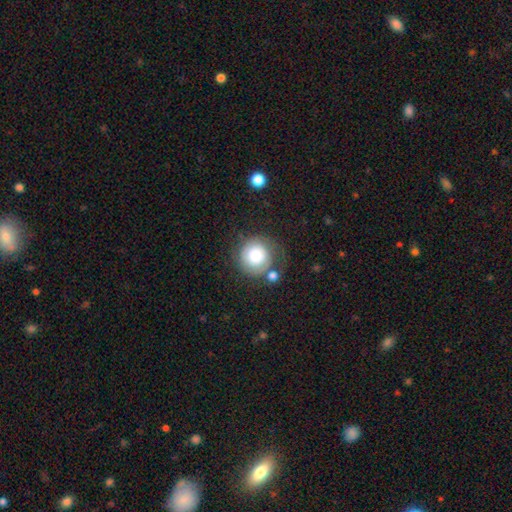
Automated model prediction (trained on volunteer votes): A smooth galaxy with no disk features (68%) that is round (93%).

Vote fractions:
- Smooth or featured? smooth: 68% / featured or disk: 24% / star or artifact: 8%
- How rounded? round: 93% / in between: 6% / cigar-shaped: 1%
- Merging? none: 57% / minor disturbance: 20% / major disturbance: 13% / merger: 10%